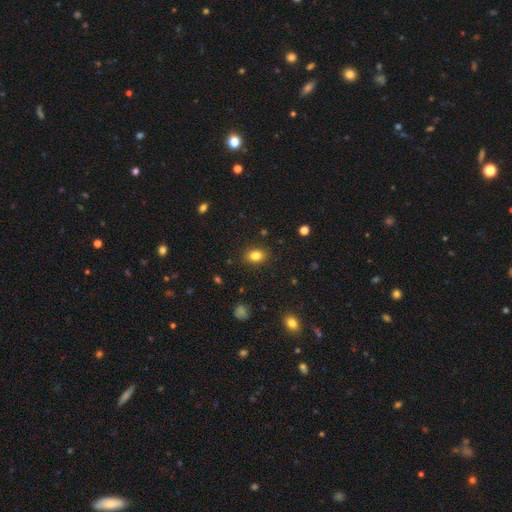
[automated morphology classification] Smooth or featured: smooth — 82% (star or artifact — 11%)
How rounded: in between — 62% (round — 36%)
Merging: none — 88% (minor disturbance — 8%)